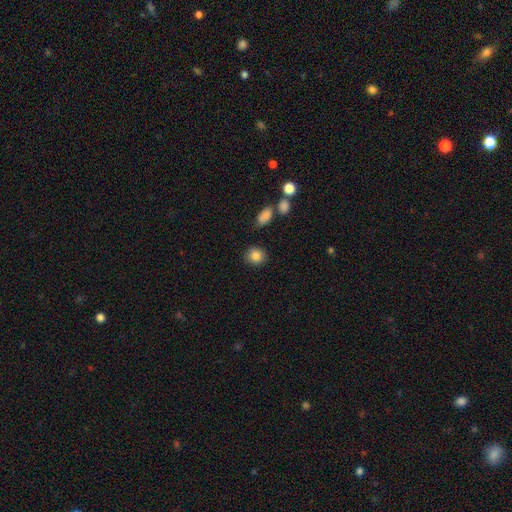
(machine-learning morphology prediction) Q: Smooth or featured?
A: smooth (85%); runner-up: star or artifact (9%)
Q: How rounded?
A: round (78%); runner-up: in between (21%)
Q: Merging?
A: none (86%); runner-up: minor disturbance (8%)